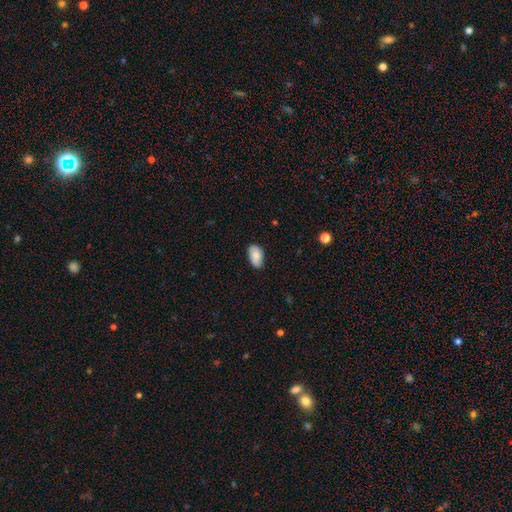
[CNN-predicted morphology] Smooth or featured? smooth (85%)
How rounded? in between (94%)
Merging? none (79%)